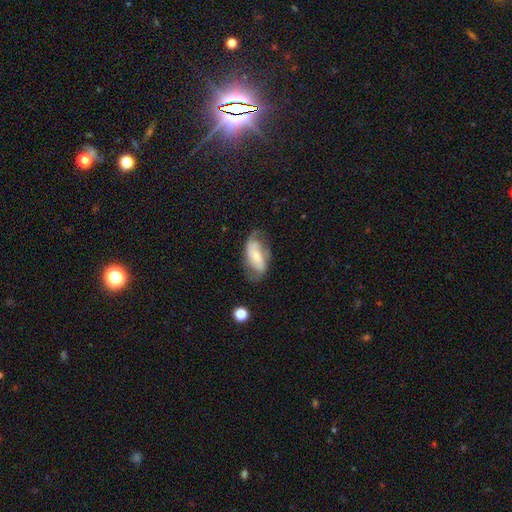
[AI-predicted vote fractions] smooth_or_featured: featured or disk (p=0.57) [alt: smooth p=0.36]
disk_edge_on: no (p=0.93) [alt: yes p=0.07]
bar: no (p=0.38) [alt: weak p=0.37]
has_spiral_arms: yes (p=0.83) [alt: no p=0.17]
bulge_size: small (p=0.44) [alt: moderate p=0.33]
merging: none (p=0.50) [alt: minor disturbance p=0.28]